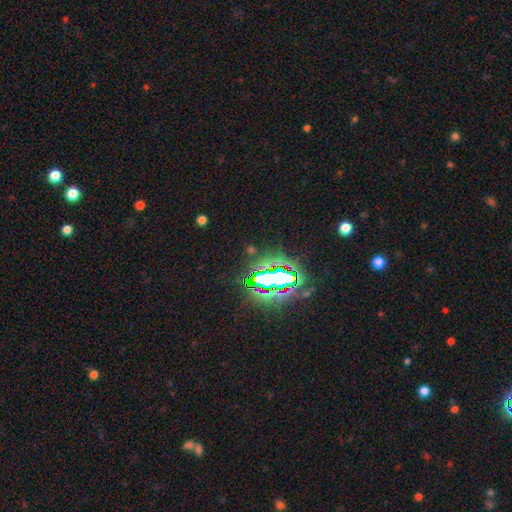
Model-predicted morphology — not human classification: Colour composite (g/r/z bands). It shows a star or artifact, not a galaxy (80%).